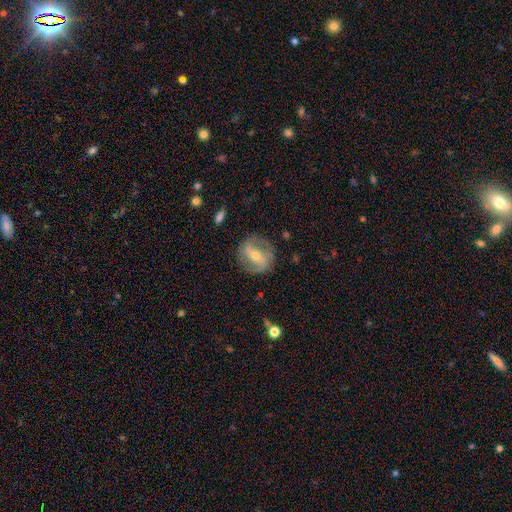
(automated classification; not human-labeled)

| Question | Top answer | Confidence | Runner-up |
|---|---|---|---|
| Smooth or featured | featured or disk | 75% | smooth (19%) |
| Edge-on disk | no | 93% | yes (7%) |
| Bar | strong | 51% | weak (31%) |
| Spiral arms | yes | 78% | no (22%) |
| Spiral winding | medium | 40% | loose (30%) |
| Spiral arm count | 2 | 85% | can't tell (9%) |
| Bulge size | moderate | 49% | small (46%) |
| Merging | none | 82% | minor disturbance (12%) |